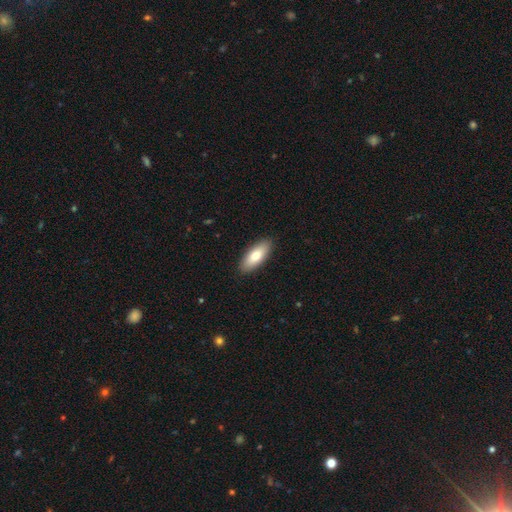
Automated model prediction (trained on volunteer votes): Q: Smooth or featured?
A: smooth (77%); runner-up: featured or disk (17%)
Q: How rounded?
A: in between (79%); runner-up: cigar-shaped (19%)
Q: Merging?
A: none (90%); runner-up: minor disturbance (8%)